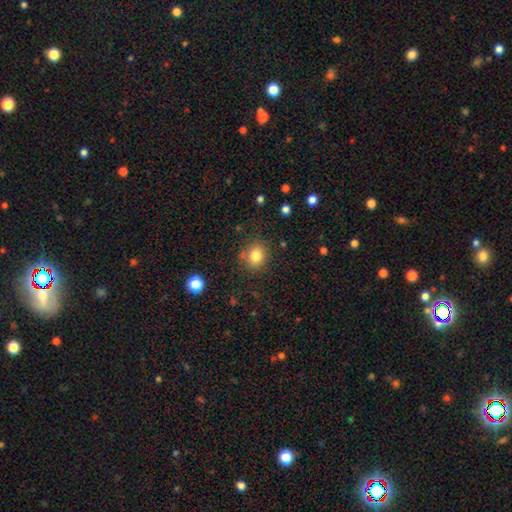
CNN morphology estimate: Smooth or featured?
  - smooth: 81% *
  - star or artifact: 12%
  - featured or disk: 7%
How rounded?
  - round: 71% *
  - in between: 28%
  - cigar-shaped: 1%
Merging?
  - none: 80% *
  - minor disturbance: 12%
  - merger: 4%
  - major disturbance: 4%